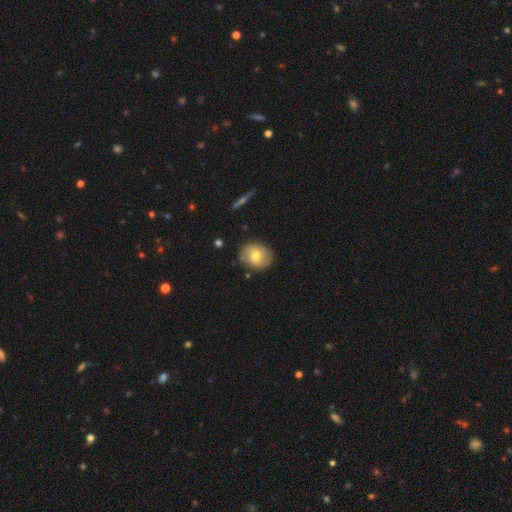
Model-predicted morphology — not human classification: The model was most divided on "how rounded": round: 58%, in between: 41%, cigar-shaped: 1%. More confident: merging — none (82%); smooth or featured — smooth (64%).